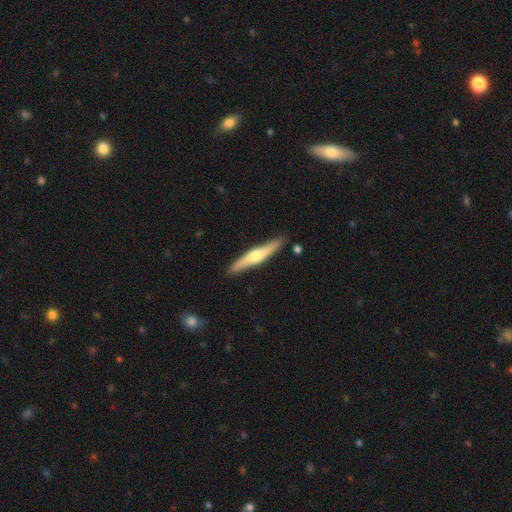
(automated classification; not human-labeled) The model was most divided on "smooth or featured": featured or disk: 54%, smooth: 41%, star or artifact: 5%. More confident: edge-on disk — yes (95%); merging — none (88%); edge-on bulge — rounded (84%).